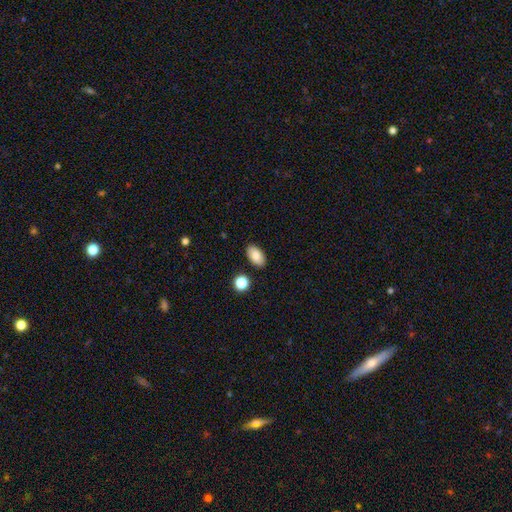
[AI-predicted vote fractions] The model was most divided on "smooth or featured": smooth: 86%, star or artifact: 8%, featured or disk: 7%. More confident: how rounded — in between (93%); merging — none (87%).